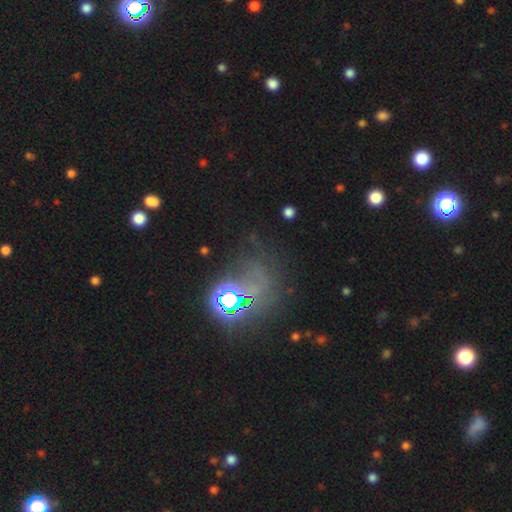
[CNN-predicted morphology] A star or artifact, not a galaxy (58%).

Vote fractions:
- Smooth or featured? star or artifact: 58% / smooth: 27% / featured or disk: 15%